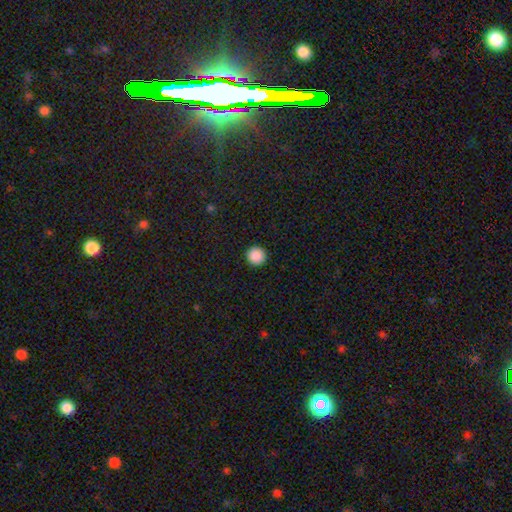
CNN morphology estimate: type=smooth (89%); roundness=round (96%); merging=none (94%).